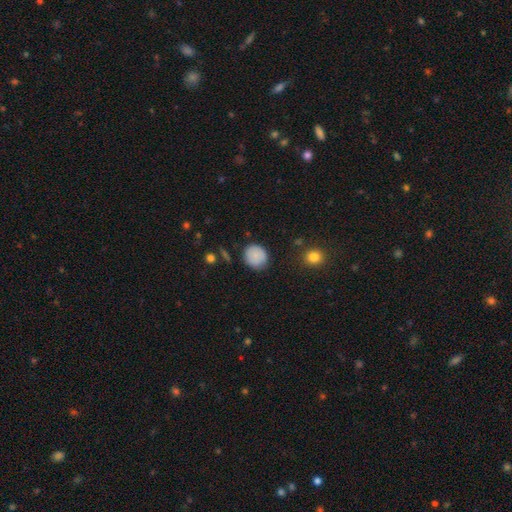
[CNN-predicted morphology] smooth-or-featured: smooth: 82% | featured or disk: 10% | star or artifact: 8%
  how-rounded: round: 83% | in between: 16% | cigar-shaped: 1%
  merging: none: 79% | minor disturbance: 16% | major disturbance: 3% | merger: 1%